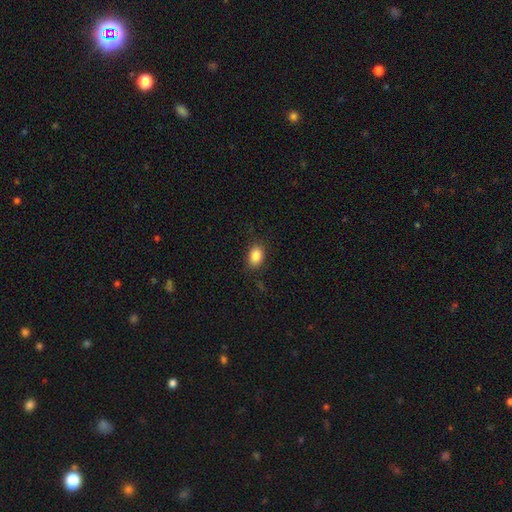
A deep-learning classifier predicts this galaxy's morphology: A smooth galaxy with no disk features (86%) that is in between round and cigar-shaped (79%).

Vote fractions:
- Smooth or featured? smooth: 86% / star or artifact: 9% / featured or disk: 5%
- How rounded? in between: 79% / round: 20% / cigar-shaped: 1%
- Merging? none: 84% / minor disturbance: 12% / major disturbance: 3% / merger: 1%